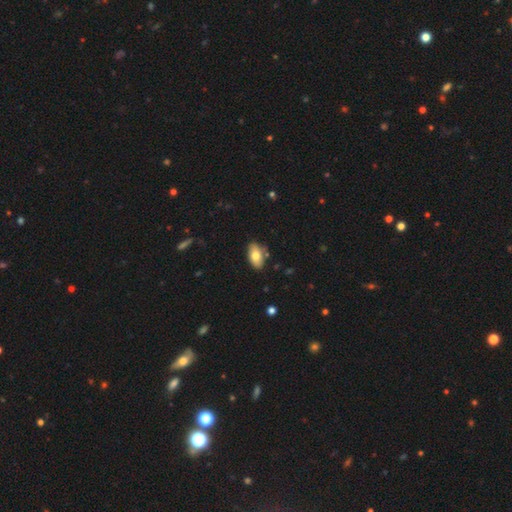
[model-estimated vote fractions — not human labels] This is likely a smooth galaxy (77%). How rounded: clearly in between (93%). Merging: likely none (79%).